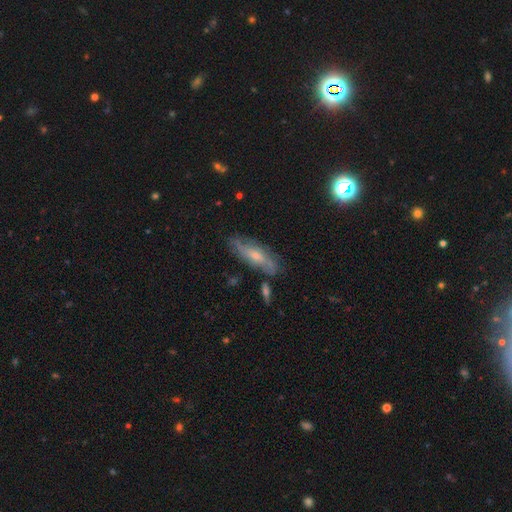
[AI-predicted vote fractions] Smooth or featured?
  - featured or disk: 63% *
  - smooth: 29%
  - star or artifact: 8%
Edge-on disk?
  - no: 71% *
  - yes: 29%
Merging?
  - none: 72% *
  - minor disturbance: 18%
  - major disturbance: 5%
  - merger: 4%